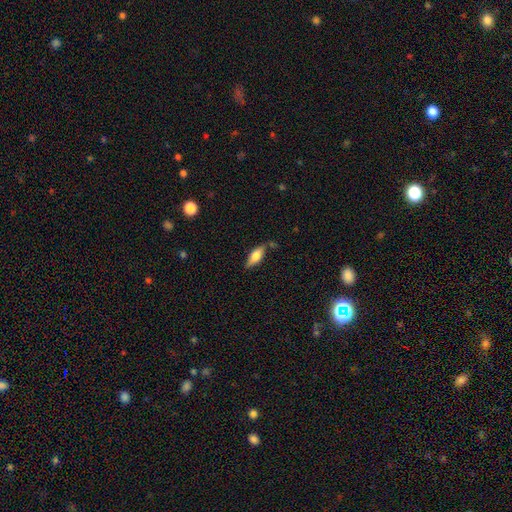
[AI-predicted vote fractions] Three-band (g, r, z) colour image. It shows a smooth galaxy with no disk features (58%) that is in between round and cigar-shaped (69%). Merging: none (73%).